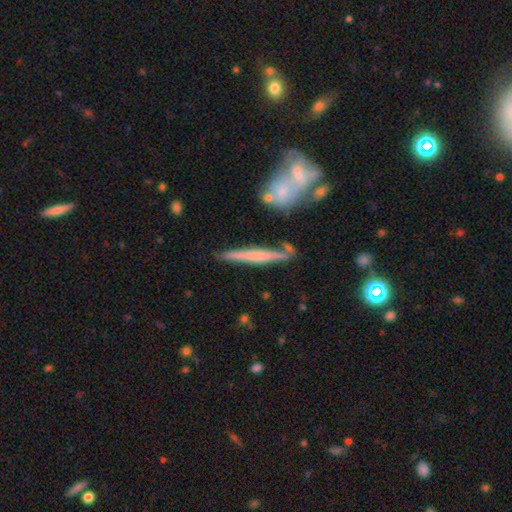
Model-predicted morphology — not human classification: A featured or disk galaxy (51%) viewed edge-on (93%). Merging: none (77%).